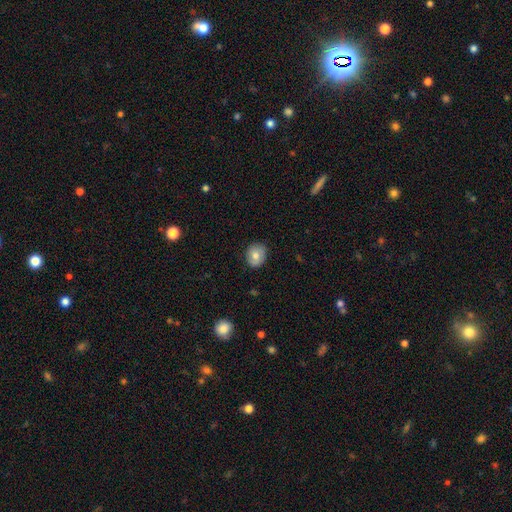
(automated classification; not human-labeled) A smooth galaxy with no disk features (75%) that is round (60%). Merging: none (83%).